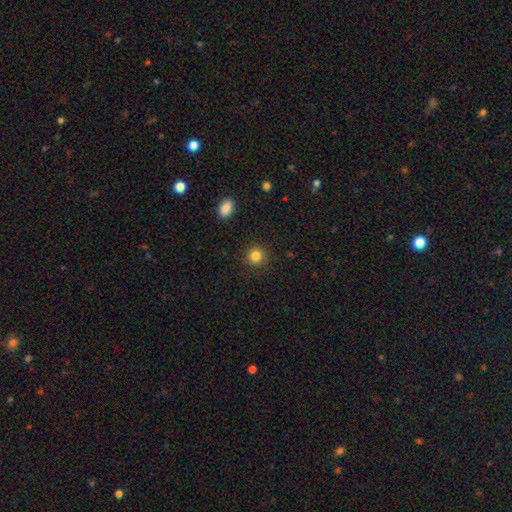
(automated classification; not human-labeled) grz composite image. It shows a smooth galaxy with no disk features (84%) that is round (92%). Merging: none (91%).